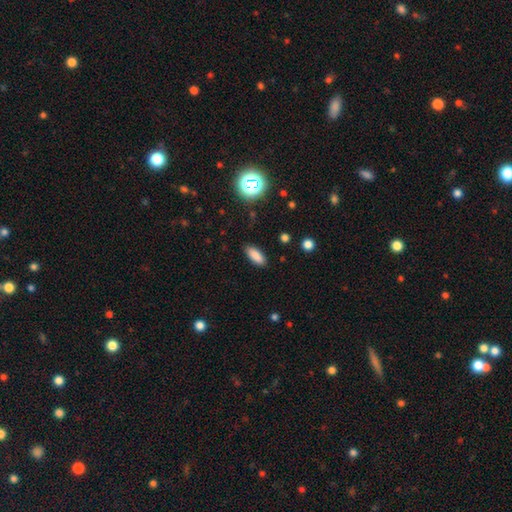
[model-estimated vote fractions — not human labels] Smooth or featured?
  - smooth: 85% *
  - star or artifact: 10%
  - featured or disk: 5%
How rounded?
  - in between: 81% *
  - cigar-shaped: 16%
  - round: 3%
Merging?
  - none: 88% *
  - minor disturbance: 8%
  - major disturbance: 2%
  - merger: 1%